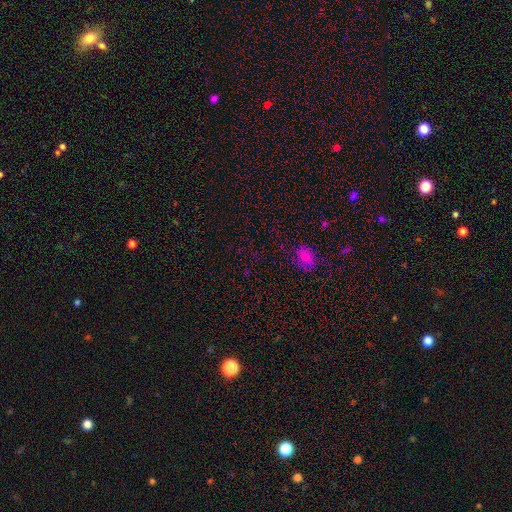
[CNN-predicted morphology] The model was most divided on "smooth or featured": star or artifact: 52%, smooth: 38%, featured or disk: 10%.